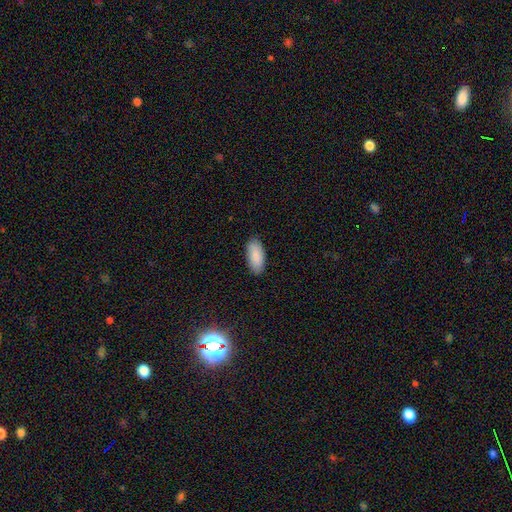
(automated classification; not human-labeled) Q: Smooth or featured?
A: smooth (90%); runner-up: star or artifact (6%)
Q: How rounded?
A: in between (91%); runner-up: cigar-shaped (8%)
Q: Merging?
A: none (87%); runner-up: minor disturbance (10%)